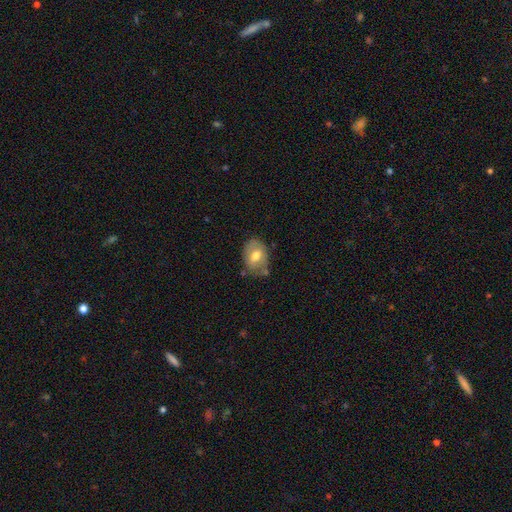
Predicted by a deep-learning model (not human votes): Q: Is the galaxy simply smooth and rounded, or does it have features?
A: smooth — 61%.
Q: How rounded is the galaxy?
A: in between — 73%.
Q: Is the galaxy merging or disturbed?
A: none — 63%.